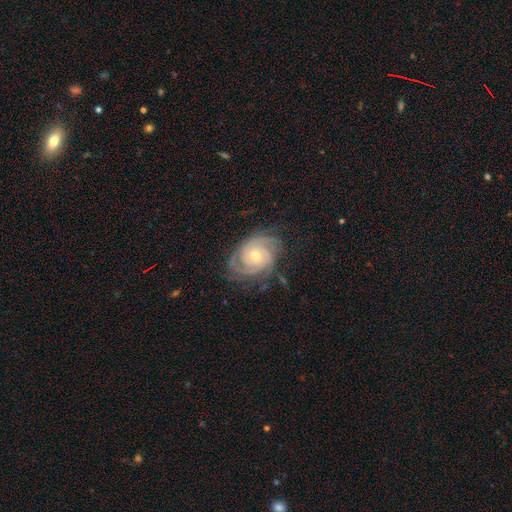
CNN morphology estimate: Smooth or featured? Predicted: featured or disk (p=0.91). Edge-on disk? Predicted: no (p=0.98). Bar? Predicted: no (p=0.75). Spiral arms? Predicted: yes (p=0.98). Spiral winding? Predicted: tight (p=0.76). Spiral arm count? Predicted: 3 (p=0.36). Bulge size? Predicted: small (p=0.52). Merging? Predicted: none (p=0.75).